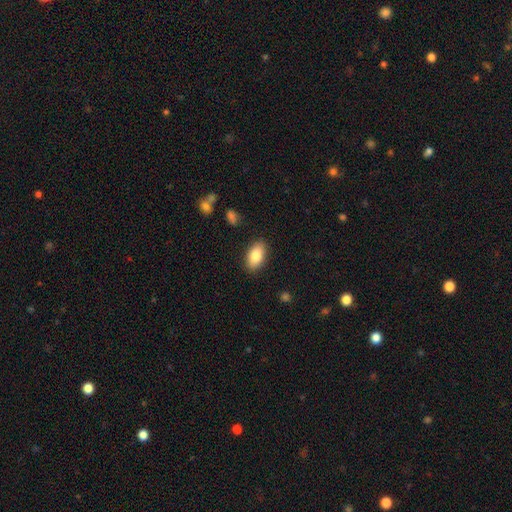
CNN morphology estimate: smooth 83%, featured or disk 10%, star or artifact 7%. Down the decision tree: how rounded — in between (92%); merging — none (88%).